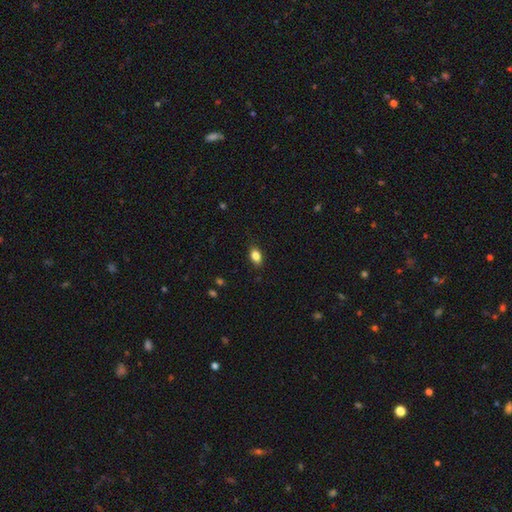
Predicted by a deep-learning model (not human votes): Overall: smooth (84%). How rounded: in between (84%). Merging: none (86%).